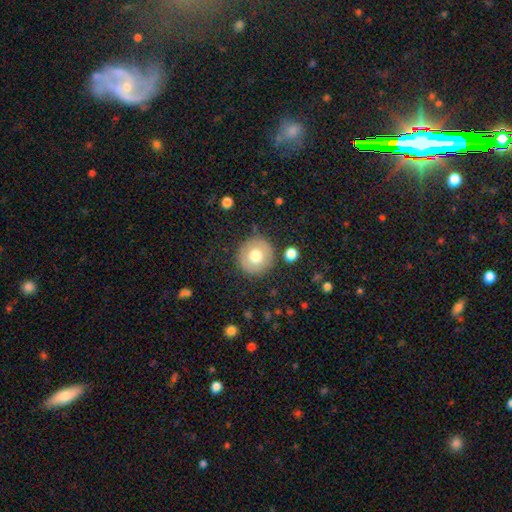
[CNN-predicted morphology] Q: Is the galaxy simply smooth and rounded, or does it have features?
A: smooth — 72%.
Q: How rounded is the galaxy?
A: round — 95%.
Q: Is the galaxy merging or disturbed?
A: none — 87%.